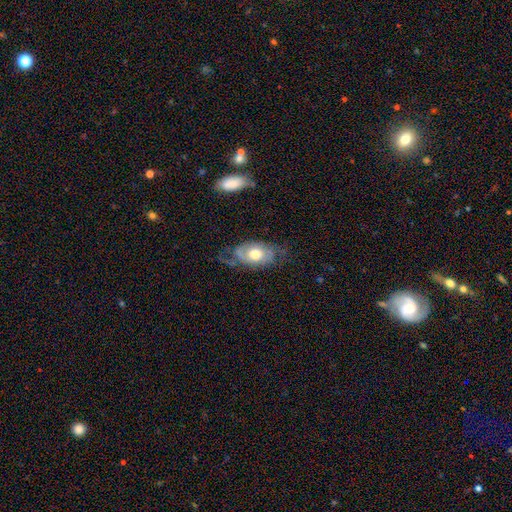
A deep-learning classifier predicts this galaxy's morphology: A featured or disk galaxy (59%) with no bar (80%), spiral arms (72%) and a moderate central bulge (67%).

Vote fractions:
- Smooth or featured? featured or disk: 59% / smooth: 35% / star or artifact: 6%
- Edge-on disk? no: 92% / yes: 8%
- Bar? no: 80% / weak: 16% / strong: 3%
- Spiral arms? yes: 72% / no: 28%
- Bulge size? moderate: 67% / large: 24% / small: 7% / dominant: 2% / none: 1%
- Merging? none: 52% / minor disturbance: 27% / major disturbance: 18% / merger: 2%